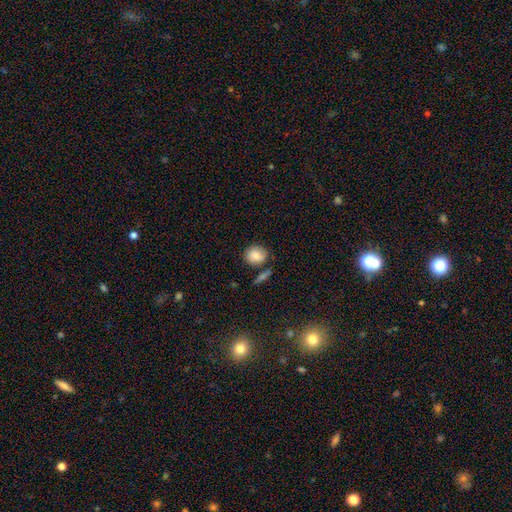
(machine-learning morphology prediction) Smooth or featured? Predicted: smooth (p=0.84). How rounded? Predicted: round (p=0.67). Merging? Predicted: none (p=0.69).